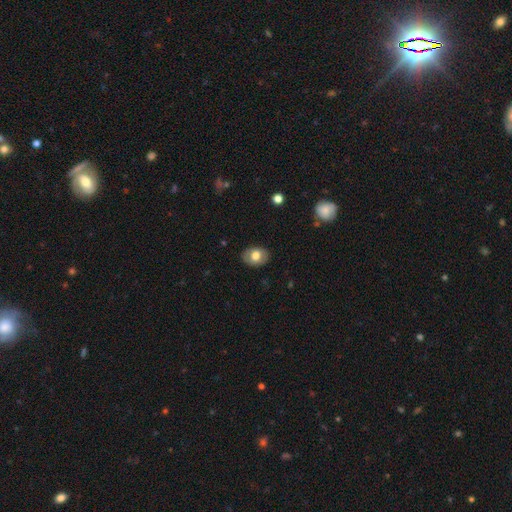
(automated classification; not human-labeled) This is likely a smooth galaxy (71%). How rounded: likely in between (72%). Merging: clearly none (86%).